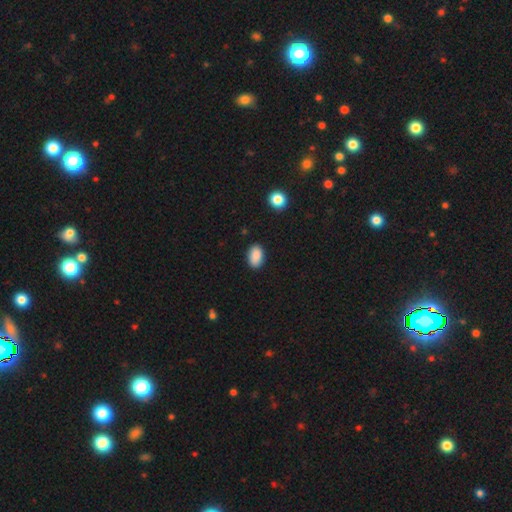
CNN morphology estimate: smooth-or-featured: smooth: 89% | star or artifact: 8% | featured or disk: 3%
  how-rounded: in between: 90% | round: 9% | cigar-shaped: 1%
  merging: none: 87% | minor disturbance: 9% | major disturbance: 2% | merger: 1%